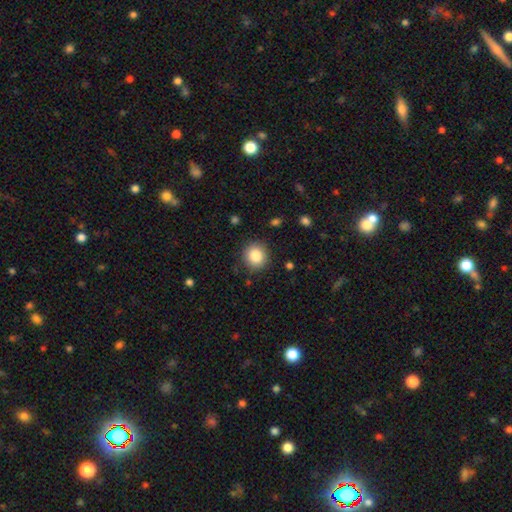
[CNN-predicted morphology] A smooth galaxy with no disk features (84%) that is round (90%).

Vote fractions:
- Smooth or featured? smooth: 84% / star or artifact: 10% / featured or disk: 7%
- How rounded? round: 90% / in between: 9% / cigar-shaped: 1%
- Merging? none: 88% / minor disturbance: 8% / major disturbance: 2% / merger: 1%